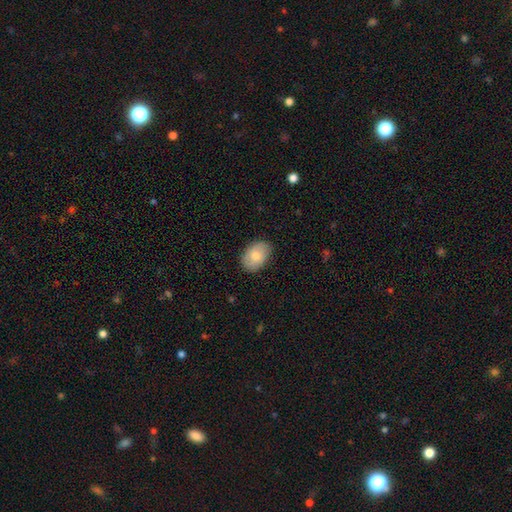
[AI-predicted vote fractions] Overall: smooth (76%). How rounded: in between (87%). Merging: none (82%).